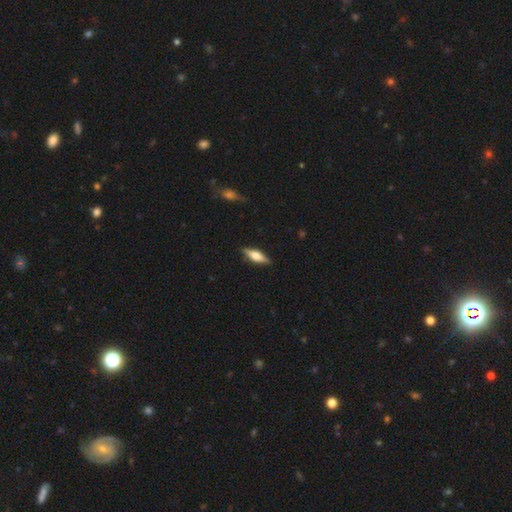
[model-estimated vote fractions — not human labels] Morphology: type=smooth (51%); roundness=in between (50%); merging=none (87%).